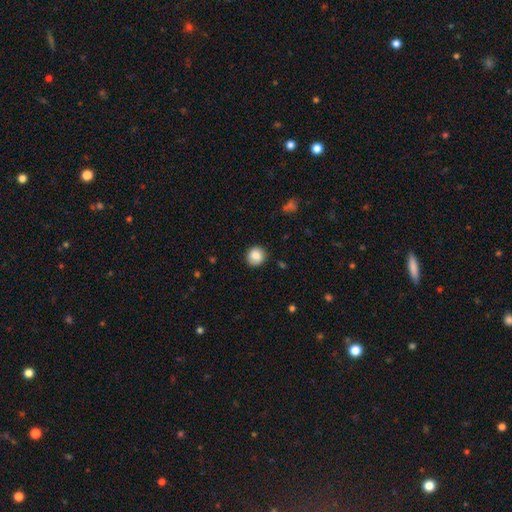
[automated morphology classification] smooth-or-featured: smooth: 87% | star or artifact: 8% | featured or disk: 5%
  how-rounded: round: 89% | in between: 10% | cigar-shaped: 1%
  merging: none: 86% | minor disturbance: 10% | major disturbance: 2% | merger: 1%